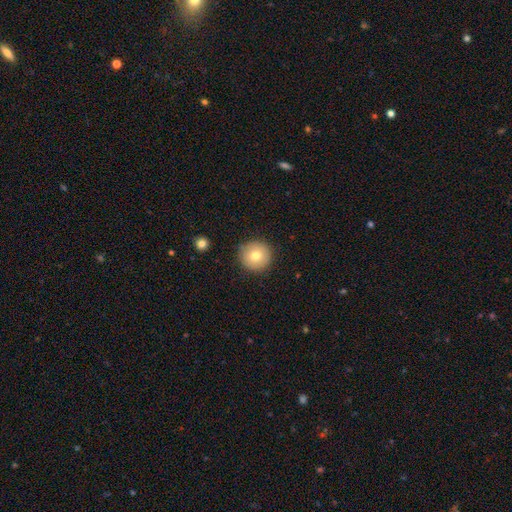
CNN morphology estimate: Q: Smooth or featured?
A: smooth (75%); runner-up: featured or disk (16%)
Q: How rounded?
A: round (95%); runner-up: in between (4%)
Q: Merging?
A: none (88%); runner-up: minor disturbance (8%)